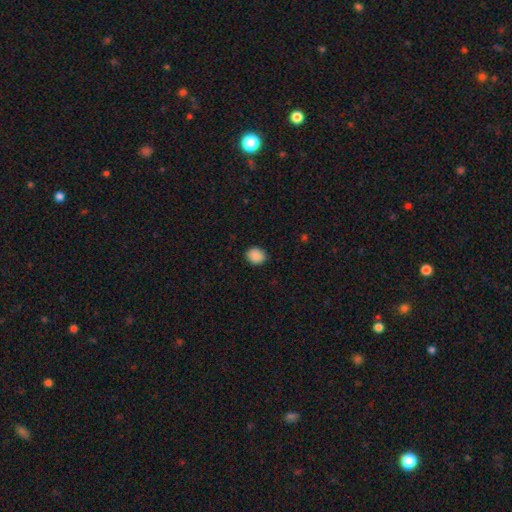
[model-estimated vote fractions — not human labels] A smooth galaxy with no disk features (89%) that is round (62%).

Vote fractions:
- Smooth or featured? smooth: 89% / star or artifact: 8% / featured or disk: 2%
- How rounded? round: 62% / in between: 37% / cigar-shaped: 1%
- Merging? none: 89% / minor disturbance: 8% / major disturbance: 2% / merger: 1%